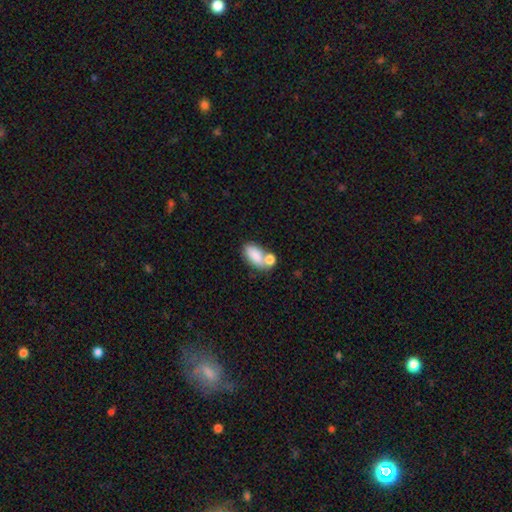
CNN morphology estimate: A smooth galaxy with no disk features (81%) that is in between round and cigar-shaped (91%). Merging: merger (48%).